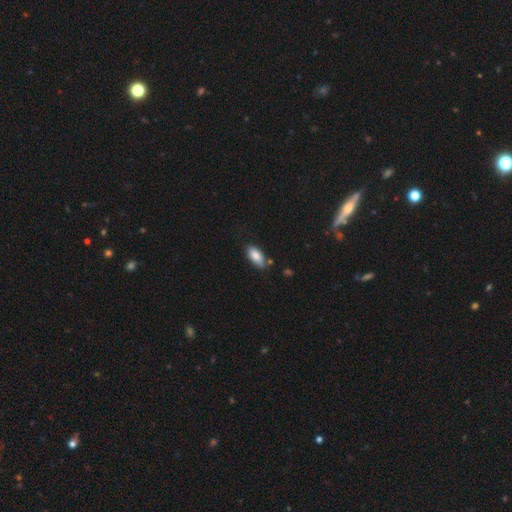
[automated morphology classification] Smooth or featured? smooth (83%)
How rounded? in between (88%)
Merging? none (72%)